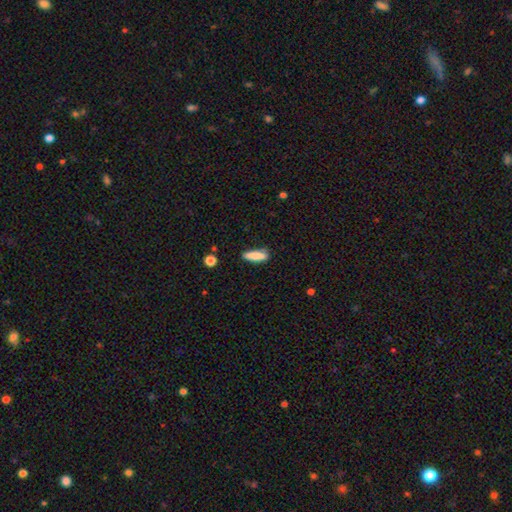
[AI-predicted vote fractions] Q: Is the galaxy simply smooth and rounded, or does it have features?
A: smooth — 84%.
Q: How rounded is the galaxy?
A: cigar-shaped — 67%.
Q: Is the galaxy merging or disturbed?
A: none — 81%.